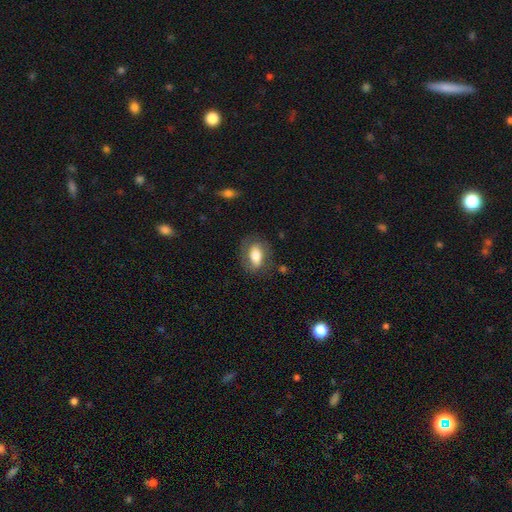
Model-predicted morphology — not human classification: type=smooth (62%); roundness=in between (85%); merging=none (71%).